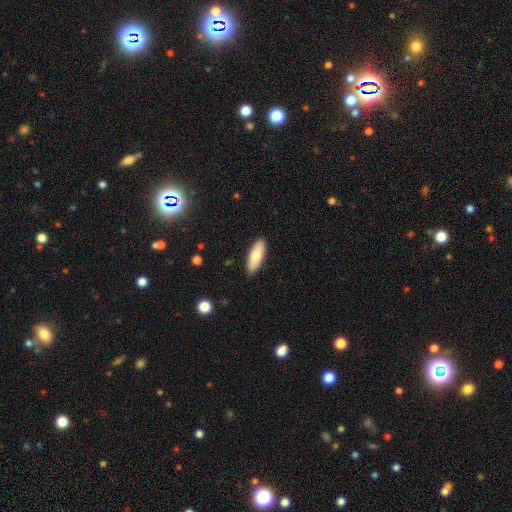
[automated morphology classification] Smooth or featured: smooth — 73% (featured or disk — 21%)
How rounded: in between — 64% (cigar-shaped — 34%)
Merging: none — 89% (minor disturbance — 8%)